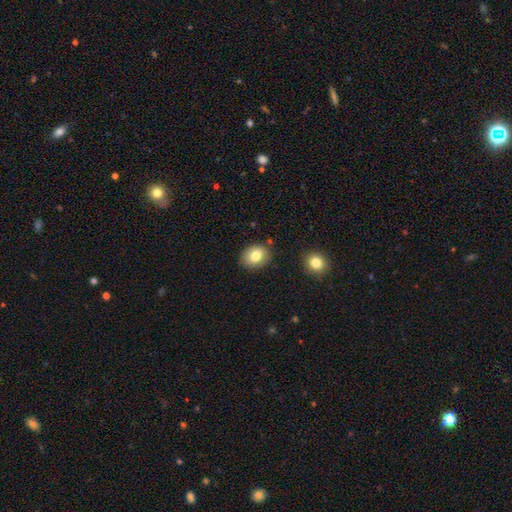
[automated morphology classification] The model was most divided on "how rounded": in between: 59%, round: 40%, cigar-shaped: 1%. More confident: merging — none (82%); smooth or featured — smooth (78%).